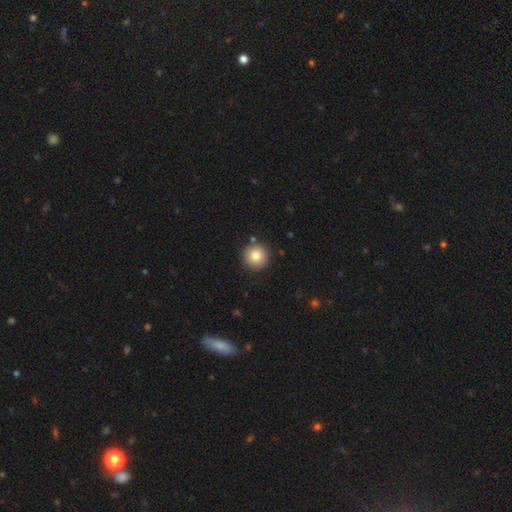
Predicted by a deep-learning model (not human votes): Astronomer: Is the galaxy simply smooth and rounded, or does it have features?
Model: smooth — 82%.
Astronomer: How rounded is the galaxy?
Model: round — 95%.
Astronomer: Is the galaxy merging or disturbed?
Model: none — 88%.